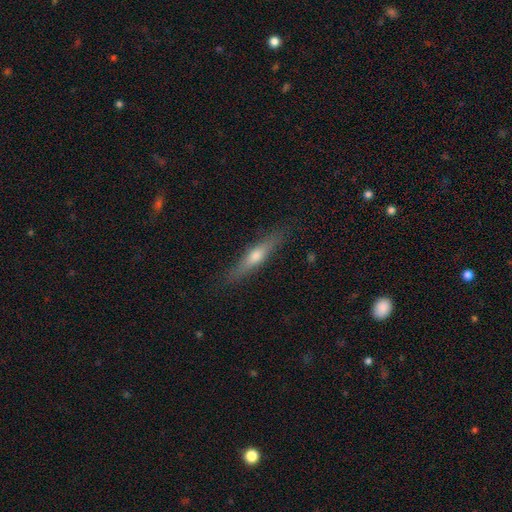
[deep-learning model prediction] Q: Smooth or featured?
A: featured or disk (53%); runner-up: smooth (41%)
Q: Edge-on disk?
A: yes (94%); runner-up: no (6%)
Q: Merging?
A: none (87%); runner-up: minor disturbance (10%)